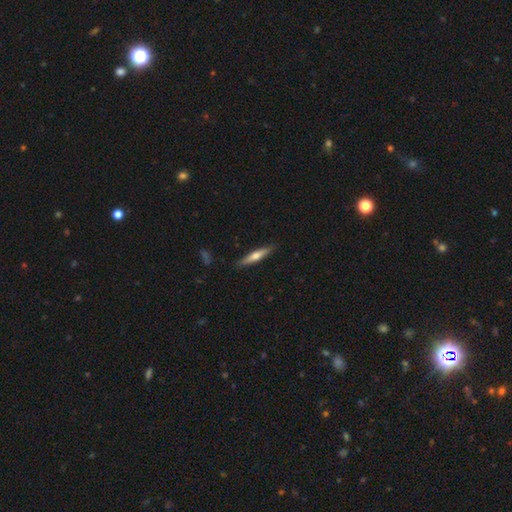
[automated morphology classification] A smooth galaxy with no disk features (53%) that is cigar-shaped (88%). Merging: none (88%).